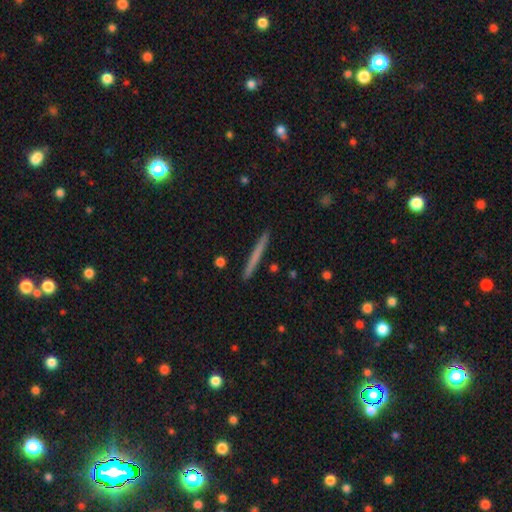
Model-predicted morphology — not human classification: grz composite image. It shows a smooth galaxy with no disk features (61%) that is cigar-shaped (97%). Merging: none (92%).